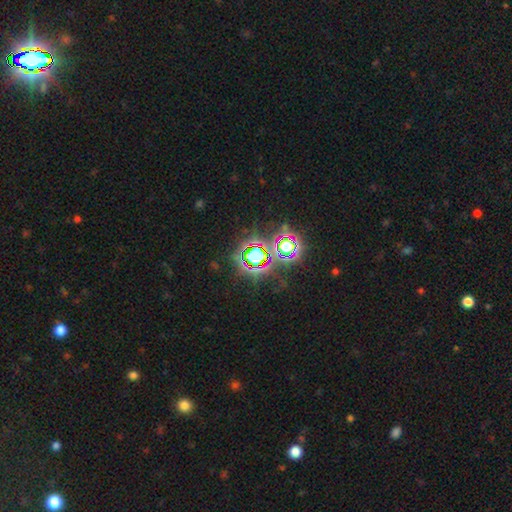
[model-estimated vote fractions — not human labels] This is likely a star or artifact rather than a galaxy (78%).